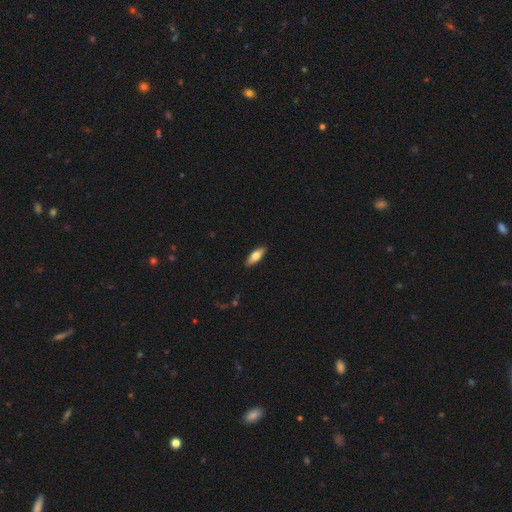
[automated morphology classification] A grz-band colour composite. It shows a smooth galaxy with no disk features (70%) that is in between round and cigar-shaped (67%). Merging: none (89%).